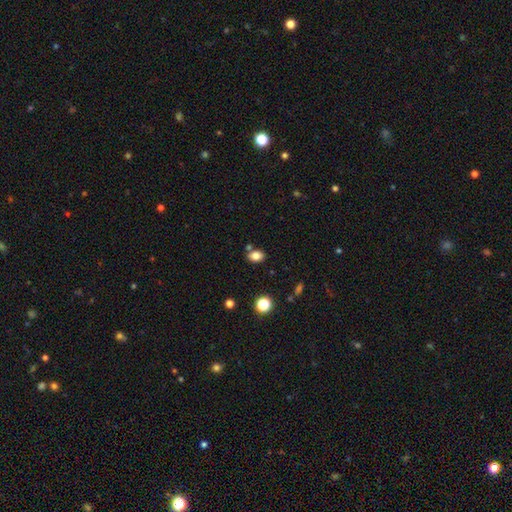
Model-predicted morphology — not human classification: A smooth galaxy with no disk features (82%) that is in between round and cigar-shaped (79%). Merging: none (75%).